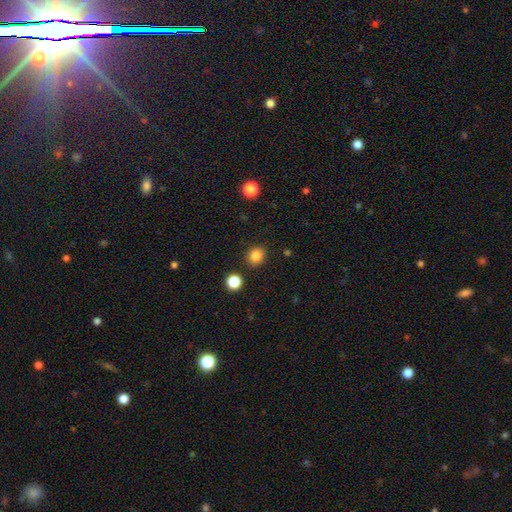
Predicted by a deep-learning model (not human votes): The model was most divided on "how rounded": round: 72%, in between: 27%, cigar-shaped: 1%. More confident: merging — none (88%); smooth or featured — smooth (85%).